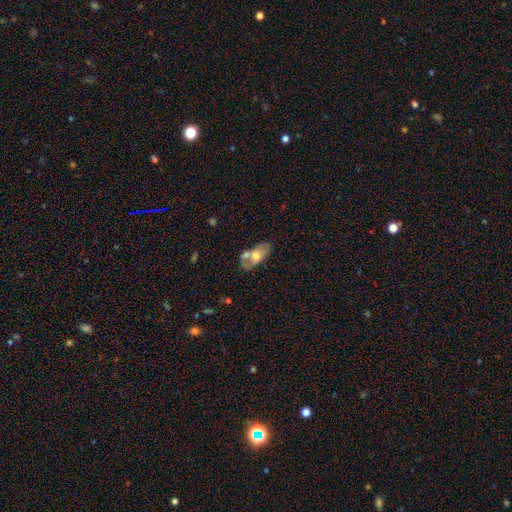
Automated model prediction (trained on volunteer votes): smooth_or_featured: smooth (p=0.52) [alt: featured or disk p=0.41]
how_rounded: in between (p=0.89) [alt: cigar-shaped p=0.06]
merging: none (p=0.42) [alt: merger p=0.33]